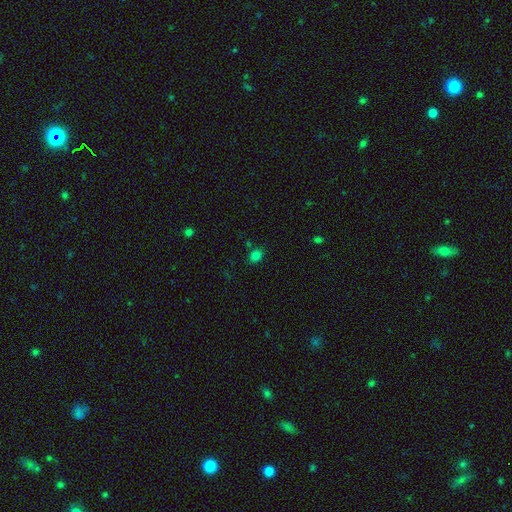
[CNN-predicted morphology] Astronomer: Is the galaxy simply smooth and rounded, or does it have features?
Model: smooth — 78%.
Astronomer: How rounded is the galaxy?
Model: in between — 58% (runner-up: round, 40%).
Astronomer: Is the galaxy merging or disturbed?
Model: none — 80%.